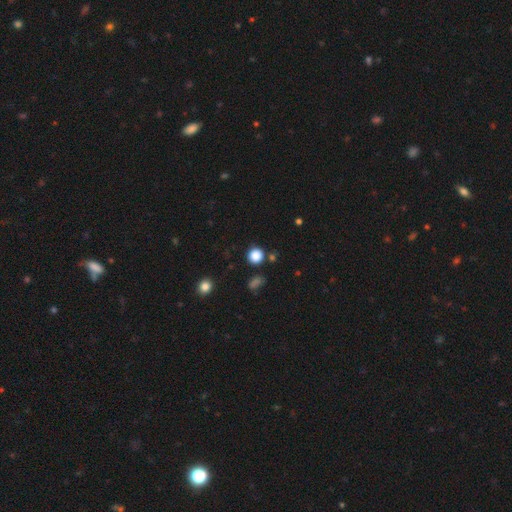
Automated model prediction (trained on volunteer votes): Smooth or featured?
  - smooth: 84% *
  - star or artifact: 13%
  - featured or disk: 4%
How rounded?
  - round: 91% *
  - in between: 8%
  - cigar-shaped: 1%
Merging?
  - none: 85% *
  - minor disturbance: 8%
  - merger: 5%
  - major disturbance: 3%